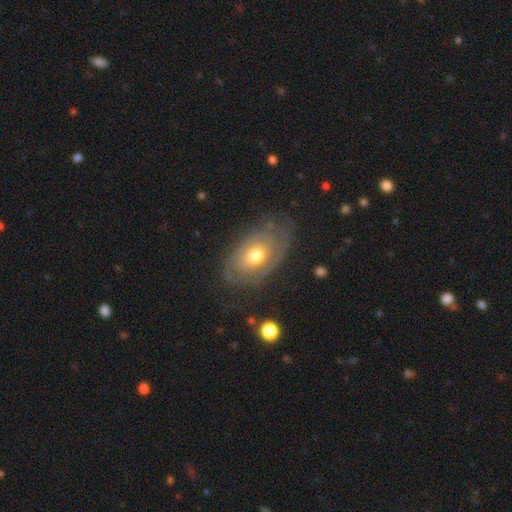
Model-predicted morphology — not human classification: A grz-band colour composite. It shows a featured or disk galaxy (72%) with no bar (83%), spiral arms (74%) and a moderate central bulge (74%). Merging: none (70%).